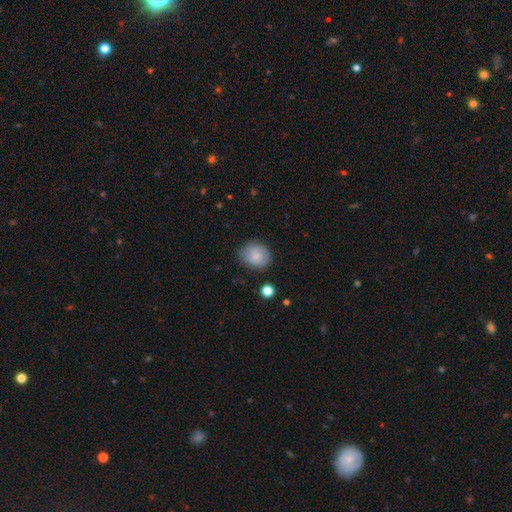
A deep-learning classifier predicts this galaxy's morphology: A smooth galaxy with no disk features (77%) that is round (67%).

Vote fractions:
- Smooth or featured? smooth: 77% / featured or disk: 15% / star or artifact: 8%
- How rounded? round: 67% / in between: 32% / cigar-shaped: 1%
- Merging? none: 75% / minor disturbance: 19% / major disturbance: 4% / merger: 2%